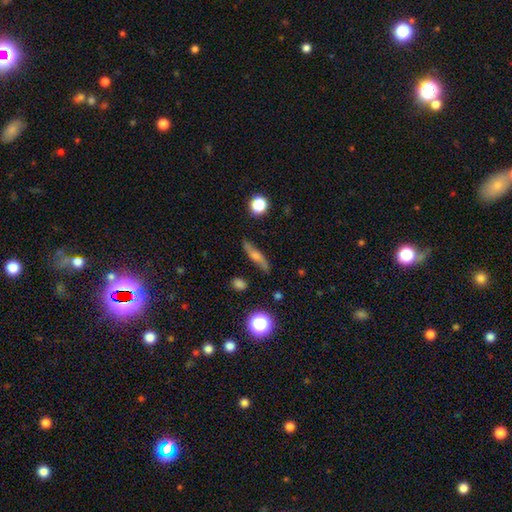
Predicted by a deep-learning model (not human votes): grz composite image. It shows a featured or disk galaxy (51%) viewed edge-on (57%). Merging: none (79%).